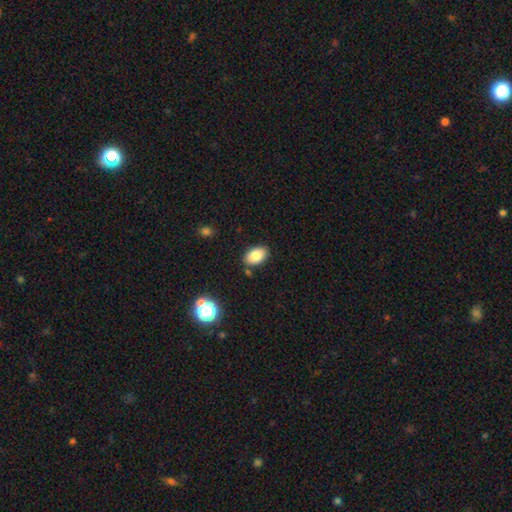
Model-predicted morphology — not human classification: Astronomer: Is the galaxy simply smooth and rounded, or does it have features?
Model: smooth — 85%.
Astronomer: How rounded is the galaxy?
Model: in between — 90%.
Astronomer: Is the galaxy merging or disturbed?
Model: none — 84%.